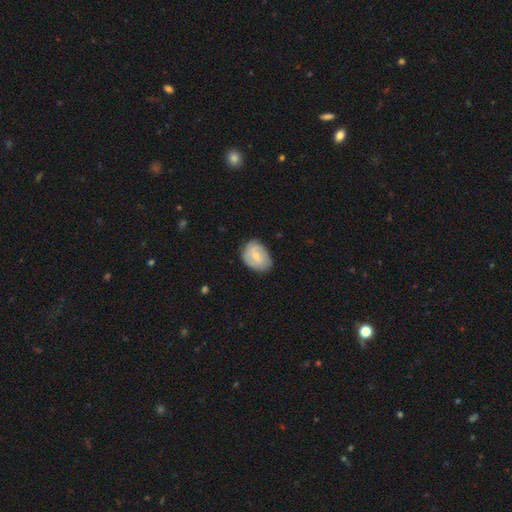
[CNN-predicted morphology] type=smooth (47%, tied with featured or disk); merging=none (71%).